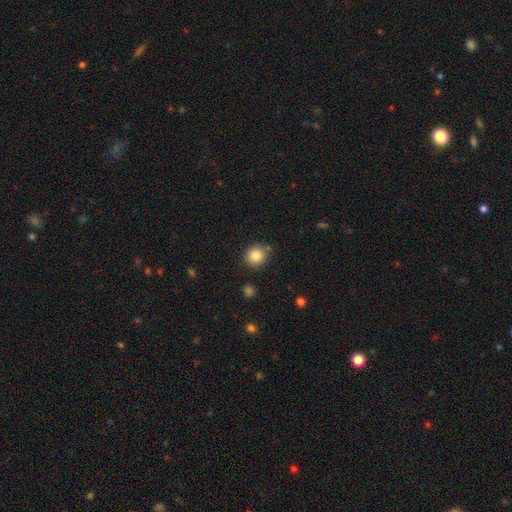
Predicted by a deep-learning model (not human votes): smooth 84%, star or artifact 10%, featured or disk 6%. Down the decision tree: how rounded — round (89%); merging — none (84%).